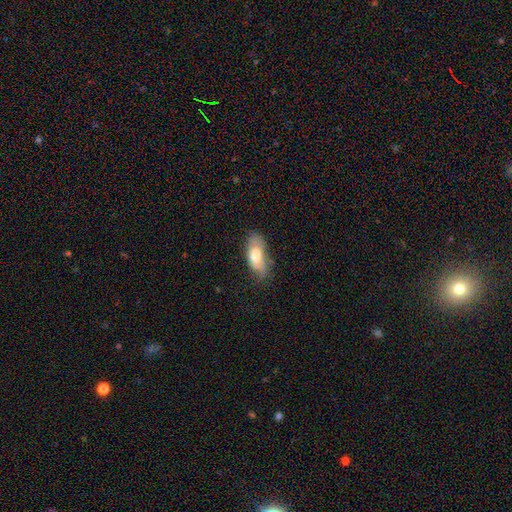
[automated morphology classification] Smooth or featured: smooth — 68% (featured or disk — 26%)
How rounded: in between — 85% (cigar-shaped — 12%)
Merging: none — 56% (minor disturbance — 31%)